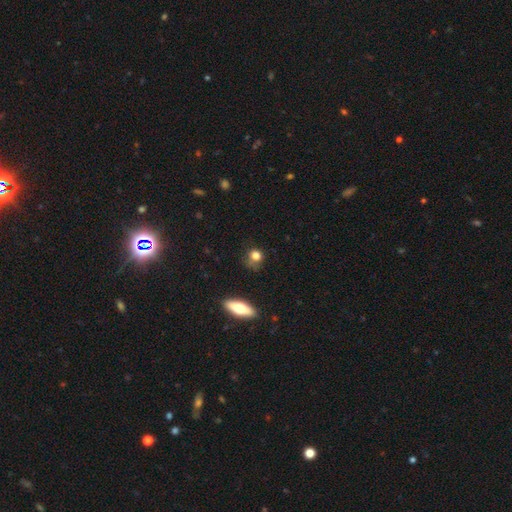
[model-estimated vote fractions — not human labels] Smooth or featured? Predicted: smooth (p=0.78). How rounded? Predicted: round (p=0.76). Merging? Predicted: none (p=0.64).